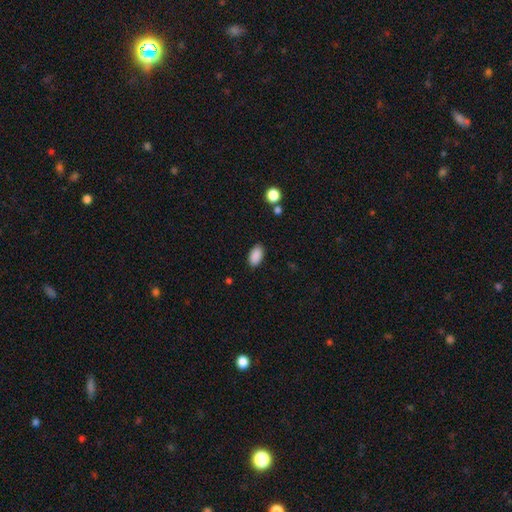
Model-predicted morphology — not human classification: smooth-or-featured: smooth: 89% | star or artifact: 8% | featured or disk: 3%
  how-rounded: in between: 93% | round: 5% | cigar-shaped: 2%
  merging: none: 87% | minor disturbance: 9% | major disturbance: 2% | merger: 1%